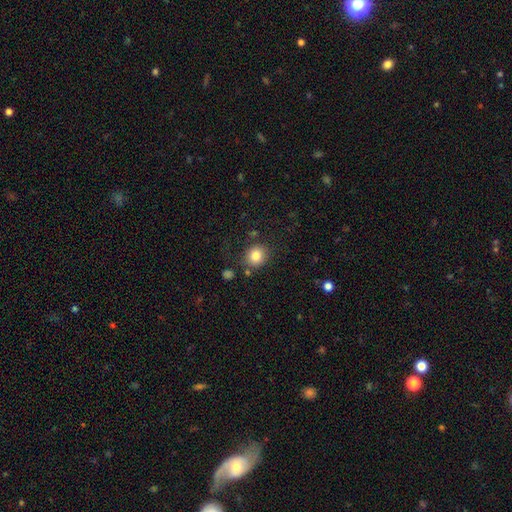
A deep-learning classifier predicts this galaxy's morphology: Smooth or featured? smooth (82%)
How rounded? round (78%)
Merging? none (81%)